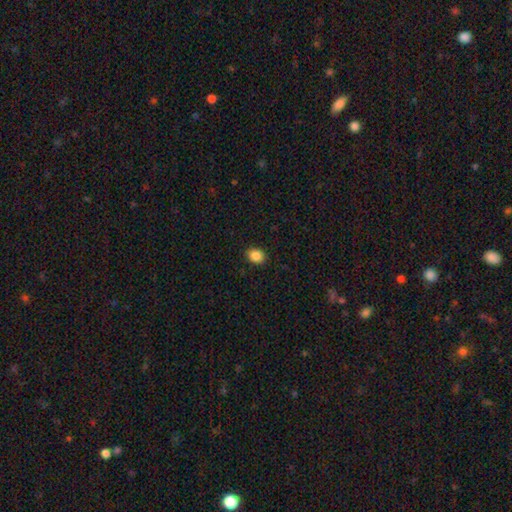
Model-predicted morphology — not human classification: smooth_or_featured: smooth (p=0.87) [alt: star or artifact p=0.10]
how_rounded: in between (p=0.53) [alt: round p=0.46]
merging: none (p=0.90) [alt: minor disturbance p=0.07]